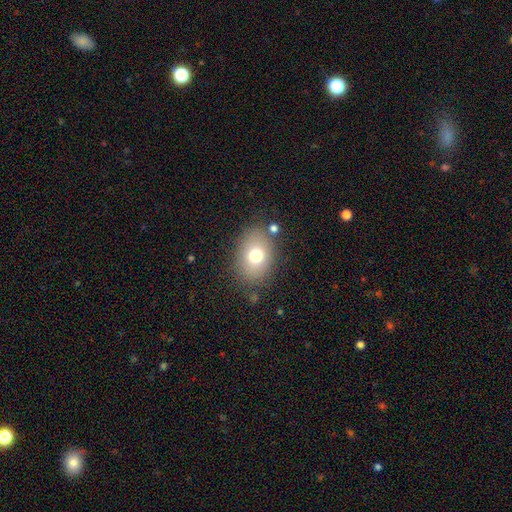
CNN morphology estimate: type=smooth (73%); roundness=in between (69%); merging=none (79%).